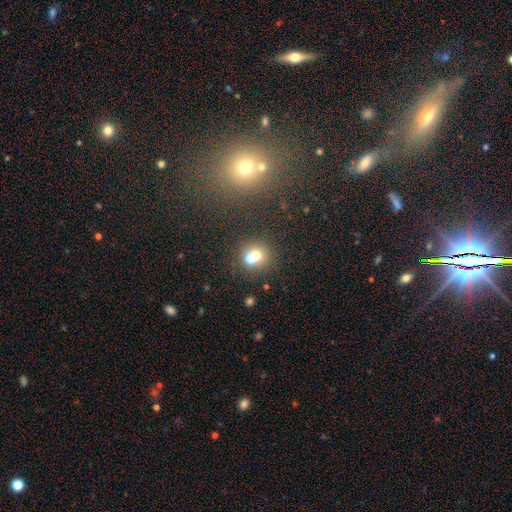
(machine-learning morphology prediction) This is likely a smooth galaxy (66%). How rounded: clearly round (81%). Merging: possibly merger (51%).